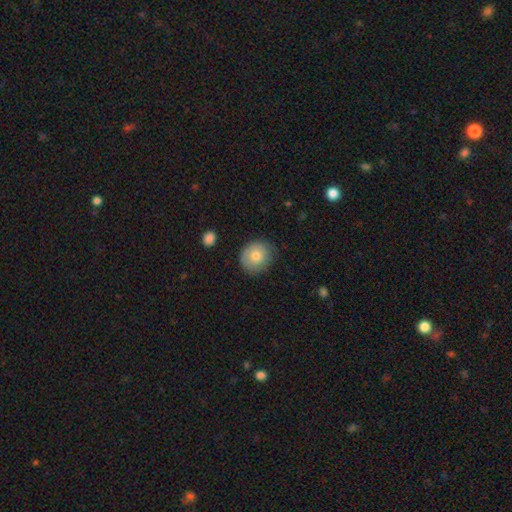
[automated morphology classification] The model was most divided on "how rounded": round: 74%, in between: 26%, cigar-shaped: 1%. More confident: smooth or featured — smooth (79%); merging — none (76%).